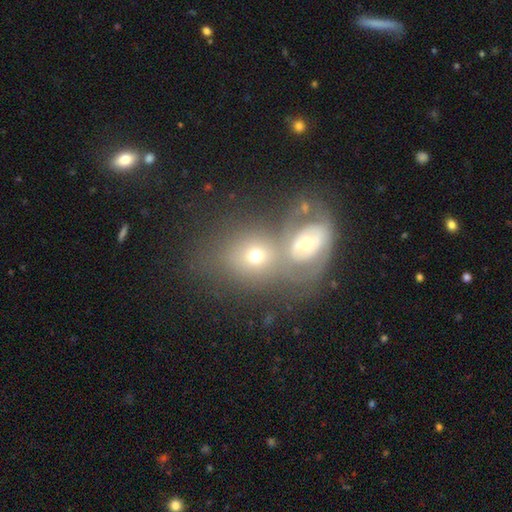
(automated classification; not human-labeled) smooth 54%, featured or disk 35%, star or artifact 11%. Down the decision tree: how rounded — round (50%); merging — merger (61%).